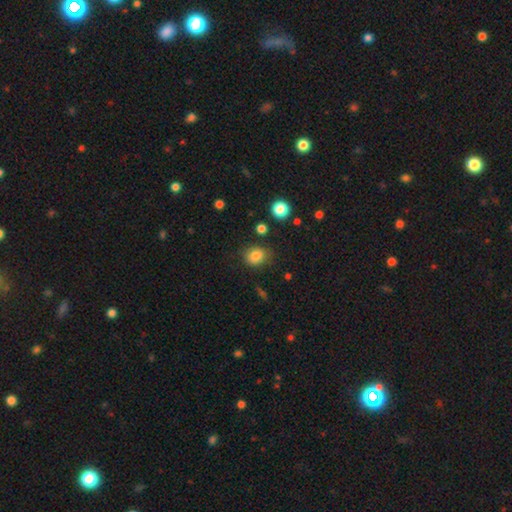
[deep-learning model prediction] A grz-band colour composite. It shows a smooth galaxy with no disk features (83%) that is round (62%). Merging: none (75%).